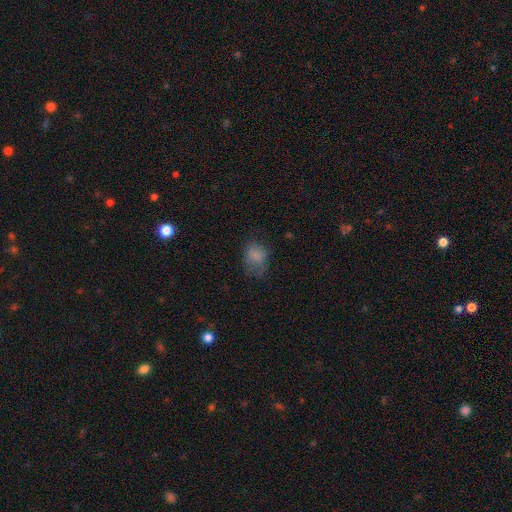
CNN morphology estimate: The model was most divided on "merging": none: 46%, minor disturbance: 29%, major disturbance: 24%, merger: 2%. More confident: smooth or featured — smooth (72%); how rounded — in between (60%).